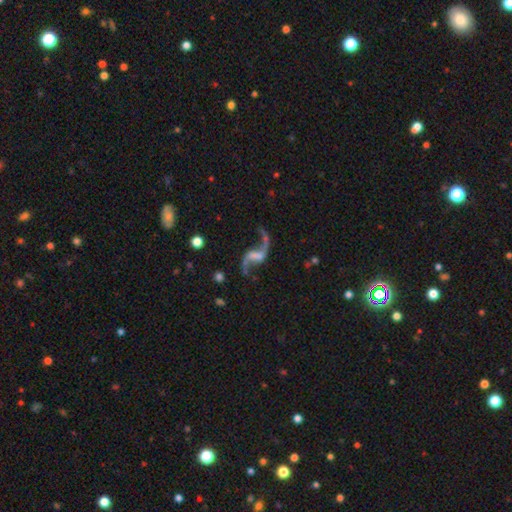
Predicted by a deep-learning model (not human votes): Morphology: type=featured or disk (90%); edge-on=no (98%); bar=weak (43%); spiral arms=yes (97%); winding=loose (93%); arm count=2 (94%); bulge=none (59%); merging=none (74%).